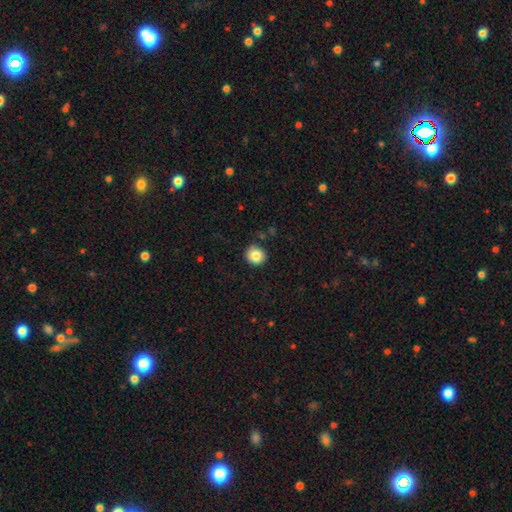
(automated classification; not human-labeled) Smooth or featured?
  - smooth: 84% *
  - star or artifact: 9%
  - featured or disk: 6%
How rounded?
  - round: 91% *
  - in between: 8%
  - cigar-shaped: 1%
Merging?
  - none: 88% *
  - minor disturbance: 8%
  - major disturbance: 2%
  - merger: 2%